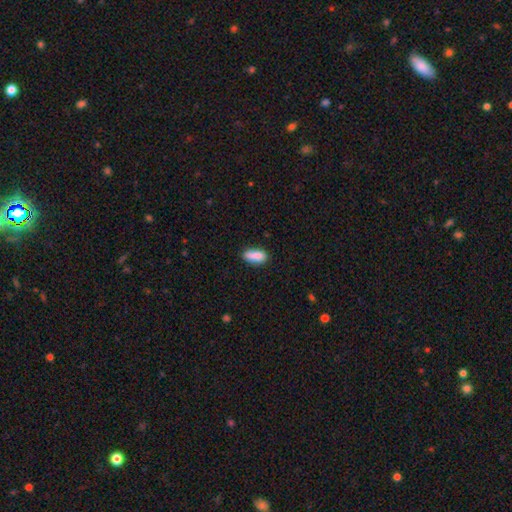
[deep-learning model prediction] Smooth or featured?
  - smooth: 85% *
  - star or artifact: 8%
  - featured or disk: 7%
How rounded?
  - in between: 78% *
  - cigar-shaped: 18%
  - round: 3%
Merging?
  - none: 68% *
  - minor disturbance: 22%
  - merger: 6%
  - major disturbance: 5%